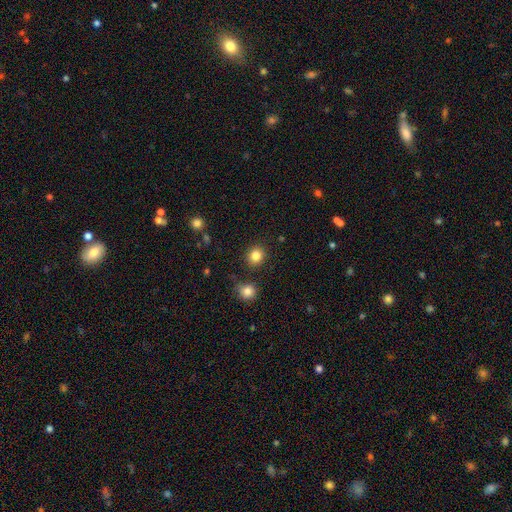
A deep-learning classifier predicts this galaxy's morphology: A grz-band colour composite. It shows a smooth galaxy with no disk features (85%) that is round (84%). Merging: none (88%).